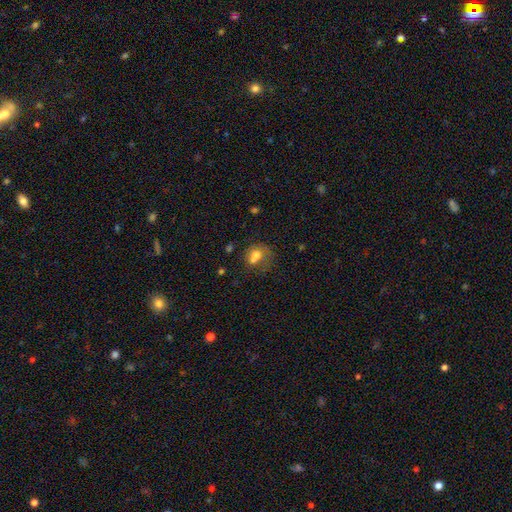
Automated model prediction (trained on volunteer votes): smooth_or_featured: smooth (p=0.65) [alt: featured or disk p=0.24]
how_rounded: round (p=0.54) [alt: in between p=0.45]
merging: merger (p=0.43) [alt: none p=0.26]